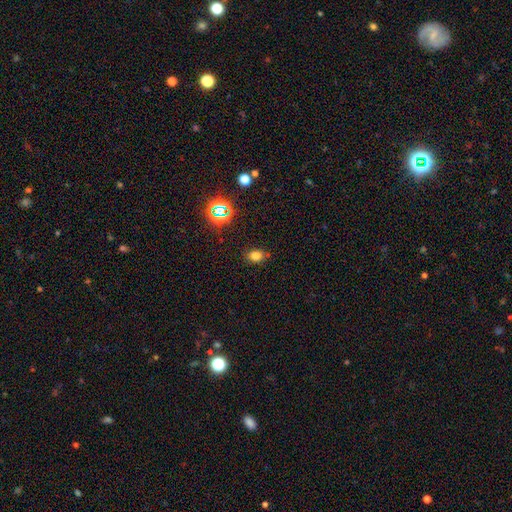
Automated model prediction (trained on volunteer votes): Smooth or featured? smooth (74%)
How rounded? in between (70%)
Merging? none (81%)